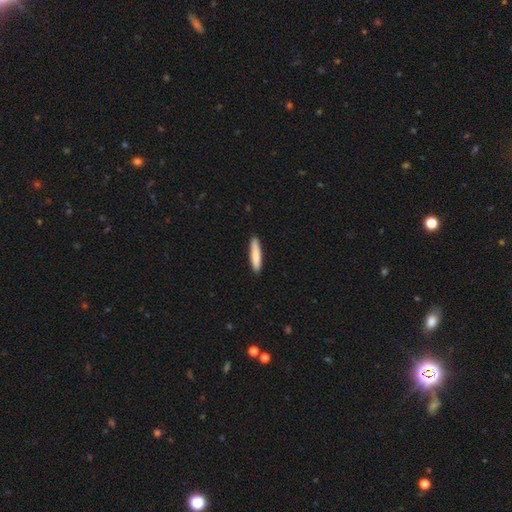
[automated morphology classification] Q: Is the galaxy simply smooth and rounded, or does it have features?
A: smooth — 84%.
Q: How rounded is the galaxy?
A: cigar-shaped — 87%.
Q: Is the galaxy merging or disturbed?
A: none — 89%.